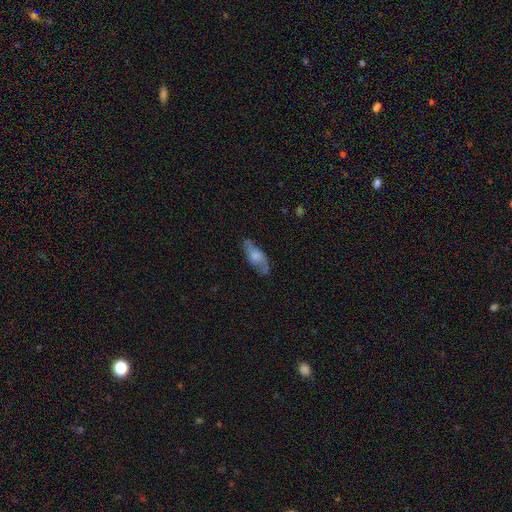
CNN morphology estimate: smooth_or_featured: featured or disk (p=0.49) [alt: smooth p=0.44]
merging: none (p=0.70) [alt: minor disturbance p=0.21]